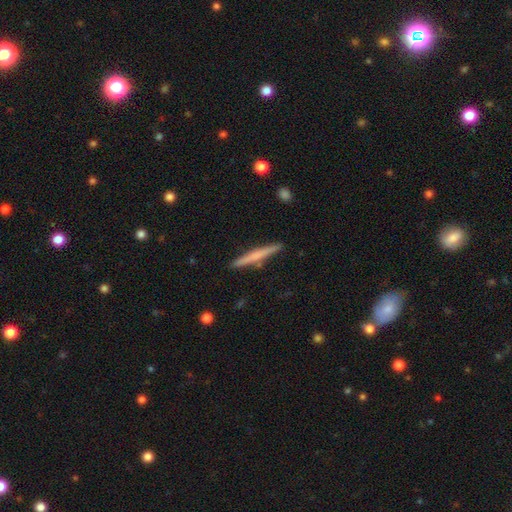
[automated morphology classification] Smooth or featured? Predicted: smooth (p=0.48). Merging? Predicted: none (p=0.89).